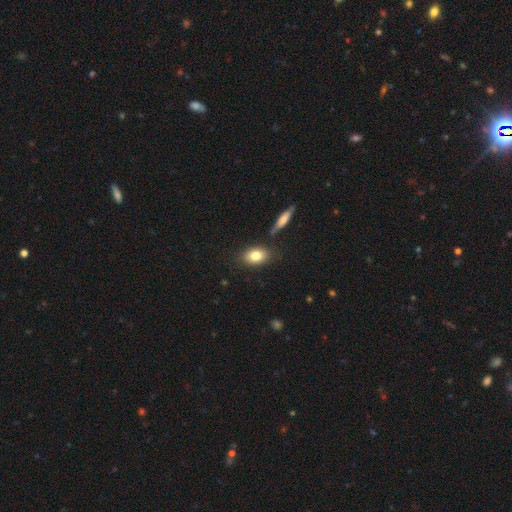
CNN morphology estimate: smooth_or_featured: smooth (p=0.80) [alt: featured or disk p=0.12]
how_rounded: in between (p=0.82) [alt: round p=0.15]
merging: none (p=0.80) [alt: minor disturbance p=0.11]